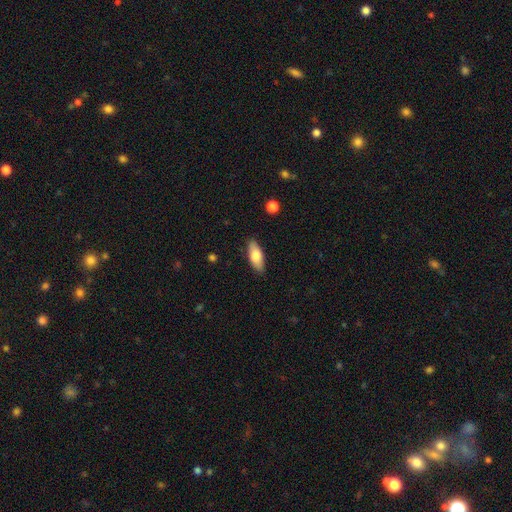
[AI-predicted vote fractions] Overall: smooth (77%). How rounded: in between (77%). Merging: none (87%).